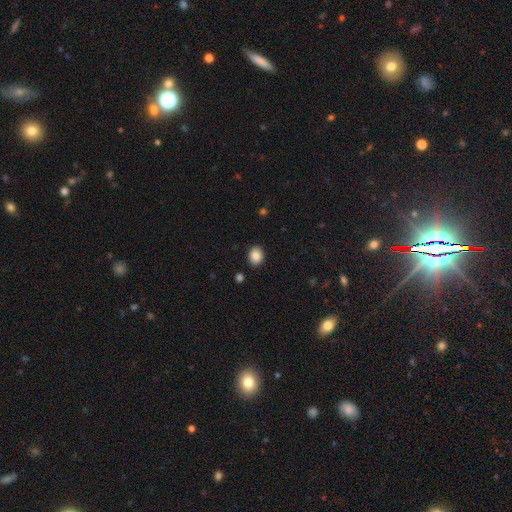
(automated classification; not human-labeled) This appears to be a smooth galaxy with no disk features (86%) that is in between round and cigar-shaped (54%). Merging: none (89%).